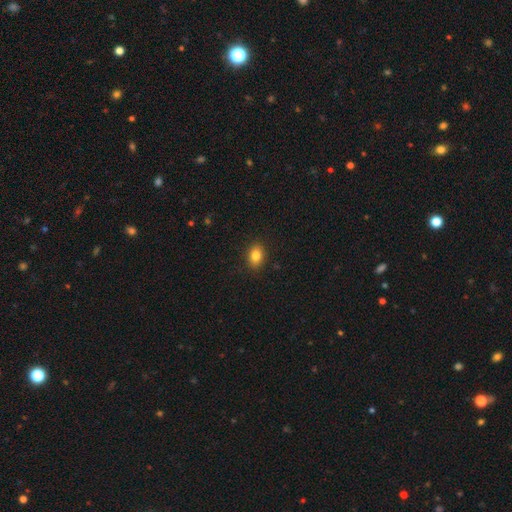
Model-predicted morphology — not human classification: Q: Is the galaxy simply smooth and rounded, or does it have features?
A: smooth — 84%.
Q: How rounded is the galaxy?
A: in between — 71%.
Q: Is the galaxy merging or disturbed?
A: none — 89%.